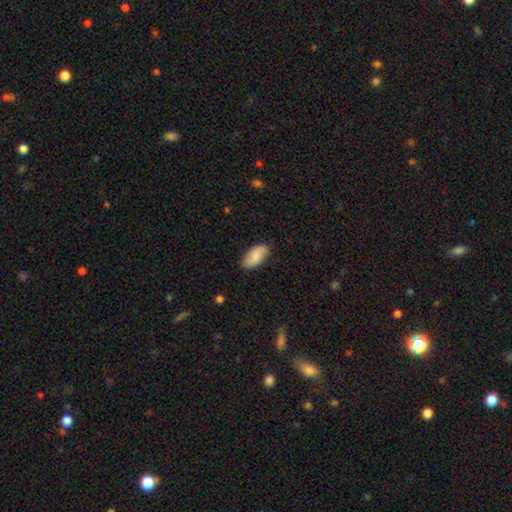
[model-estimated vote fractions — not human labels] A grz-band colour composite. It shows a smooth galaxy with no disk features (80%) that is in between round and cigar-shaped (93%). Merging: none (82%).